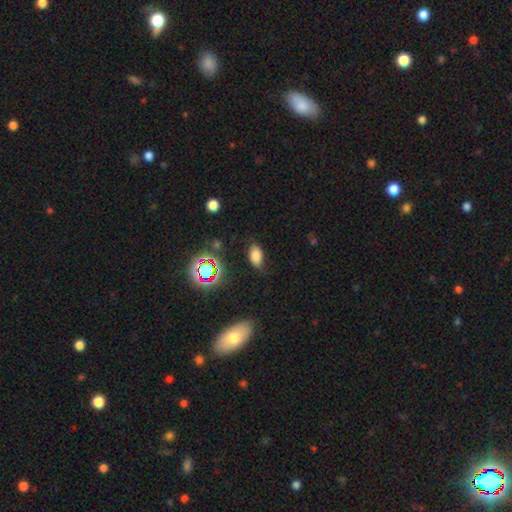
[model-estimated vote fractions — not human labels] smooth 75%, star or artifact 16%, featured or disk 8%. Down the decision tree: how rounded — in between (91%); merging — none (80%).